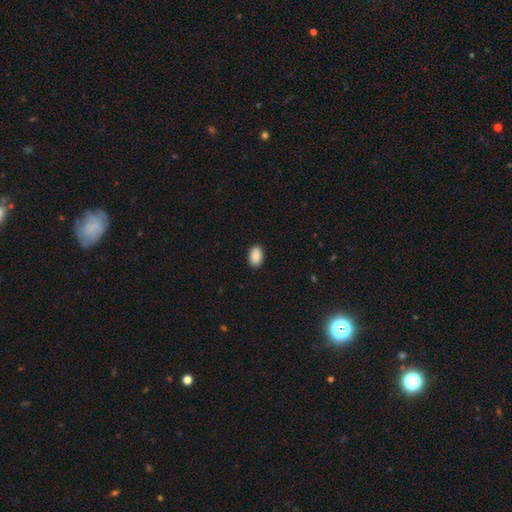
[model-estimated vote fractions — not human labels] A smooth galaxy with no disk features (91%) that is in between round and cigar-shaped (91%).

Vote fractions:
- Smooth or featured? smooth: 91% / star or artifact: 7% / featured or disk: 2%
- How rounded? in between: 91% / round: 7% / cigar-shaped: 1%
- Merging? none: 91% / minor disturbance: 7% / major disturbance: 2% / merger: 1%